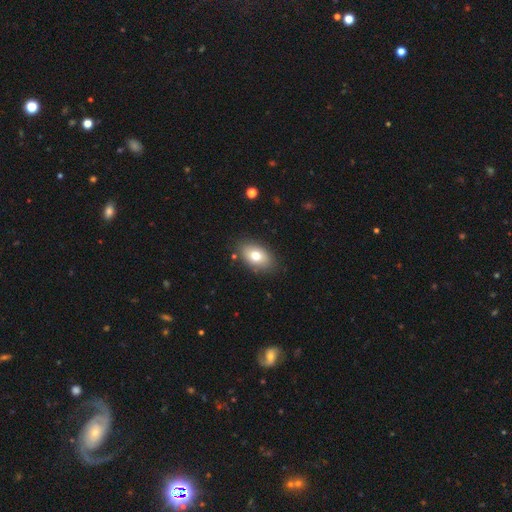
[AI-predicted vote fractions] This is likely a smooth galaxy (74%). How rounded: clearly in between (89%). Merging: clearly none (84%).